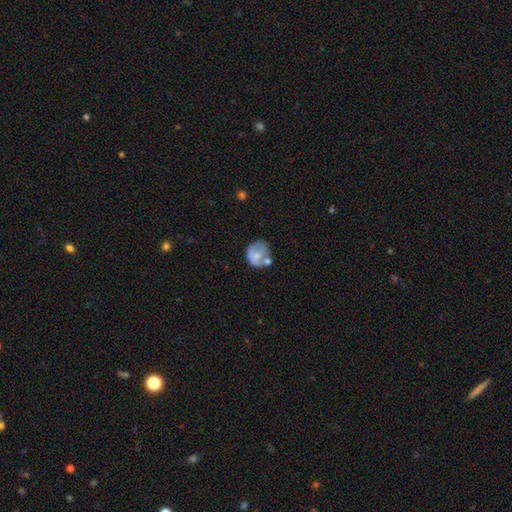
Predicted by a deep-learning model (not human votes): Smooth or featured? smooth (56%)
How rounded? round (69%)
Merging? none (40%)